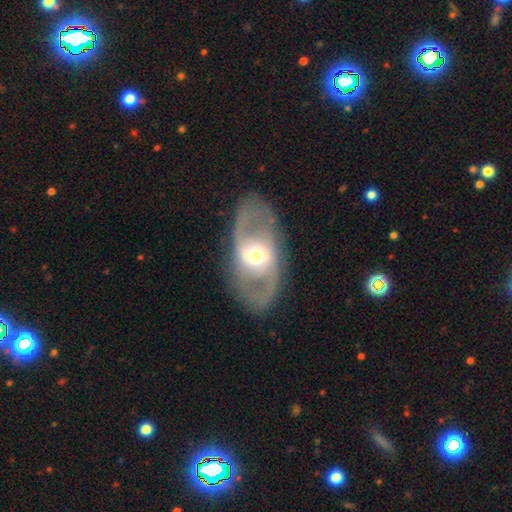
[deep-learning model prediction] The model was most divided on "bar" (2-way tie): weak: 37%, no: 37%, strong: 26%. More confident: edge-on disk — no (90%); merging — none (80%); smooth or featured — featured or disk (73%); bulge size — moderate (64%); spiral arms — yes (54%).